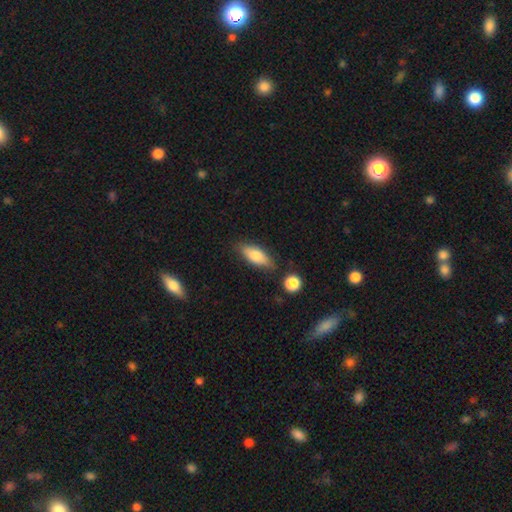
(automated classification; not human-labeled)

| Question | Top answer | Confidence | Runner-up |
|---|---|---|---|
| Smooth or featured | smooth | 75% | featured or disk (18%) |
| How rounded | in between | 74% | cigar-shaped (23%) |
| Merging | none | 76% | minor disturbance (16%) |